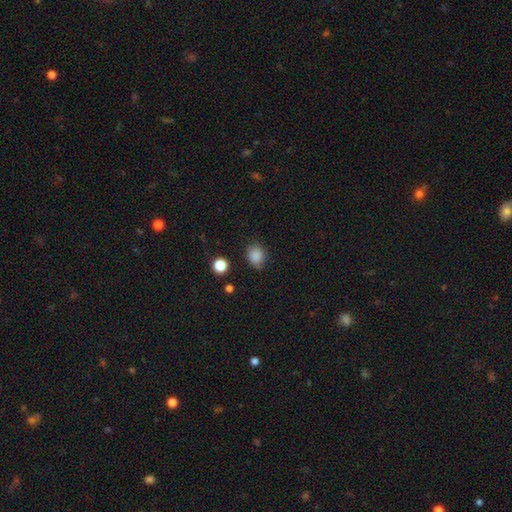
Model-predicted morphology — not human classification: smooth 86%, star or artifact 10%, featured or disk 4%. Down the decision tree: how rounded — round (63%); merging — none (74%).